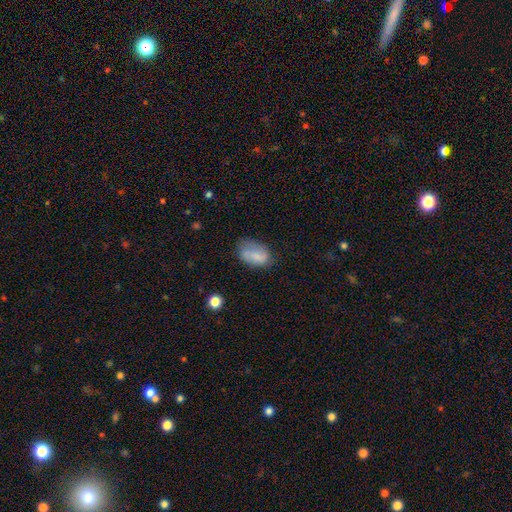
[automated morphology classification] smooth-or-featured: smooth: 74% | featured or disk: 18% | star or artifact: 8%
  how-rounded: in between: 90% | round: 8% | cigar-shaped: 2%
  merging: none: 55% | minor disturbance: 31% | major disturbance: 11% | merger: 3%